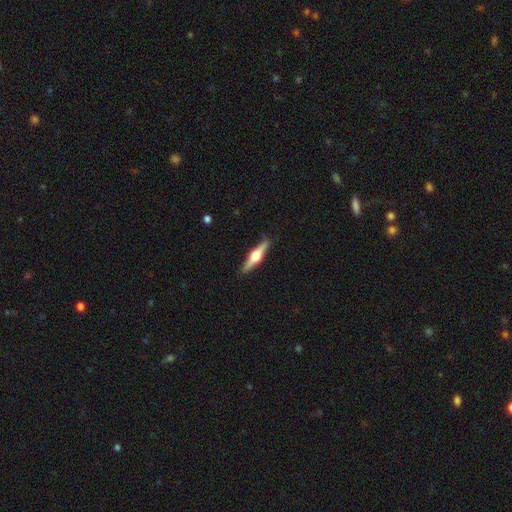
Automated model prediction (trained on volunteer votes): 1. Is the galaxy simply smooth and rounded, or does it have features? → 69% featured or disk, 26% smooth, 5% star or artifact.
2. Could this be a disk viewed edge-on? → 97% yes, 3% no.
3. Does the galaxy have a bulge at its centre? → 95% rounded, 4% boxy, 2% none.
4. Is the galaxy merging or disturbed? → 90% none, 7% minor disturbance, 2% major disturbance, 1% merger.